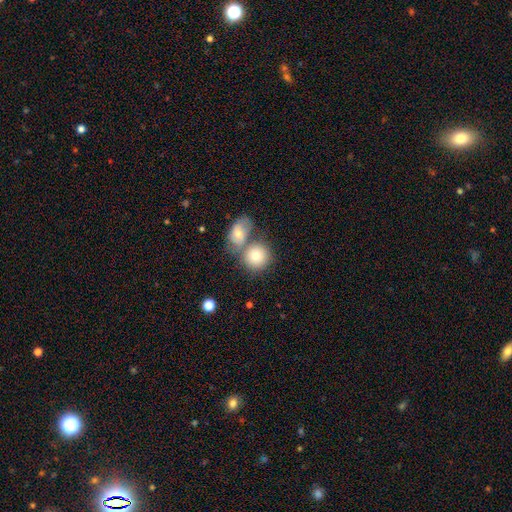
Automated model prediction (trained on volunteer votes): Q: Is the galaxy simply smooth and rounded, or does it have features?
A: smooth — 76%.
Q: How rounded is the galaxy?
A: round — 84%.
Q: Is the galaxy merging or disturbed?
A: none — 47%.